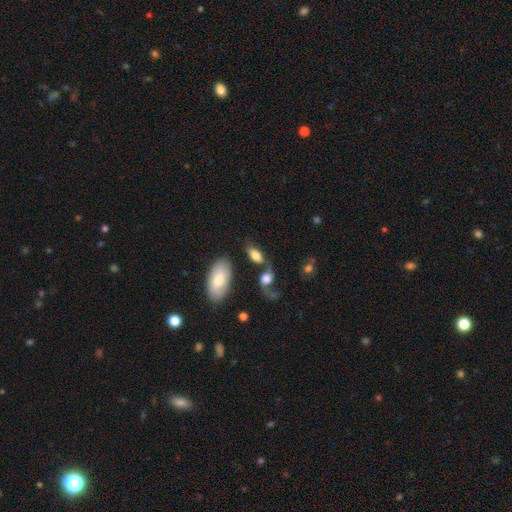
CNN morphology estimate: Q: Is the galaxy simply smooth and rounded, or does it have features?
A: smooth — 68%.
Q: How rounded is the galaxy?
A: in between — 86%.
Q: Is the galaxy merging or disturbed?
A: none — 46%.